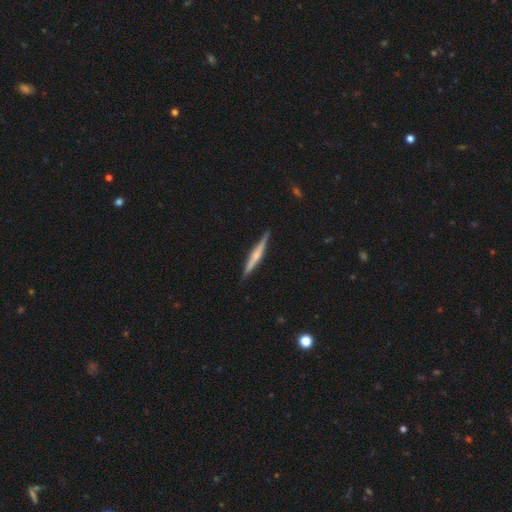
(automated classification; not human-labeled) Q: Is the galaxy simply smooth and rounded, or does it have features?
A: featured or disk — 64%.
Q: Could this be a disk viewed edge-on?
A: yes — 98%.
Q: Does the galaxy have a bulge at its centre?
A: rounded — 54%.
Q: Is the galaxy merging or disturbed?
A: none — 90%.